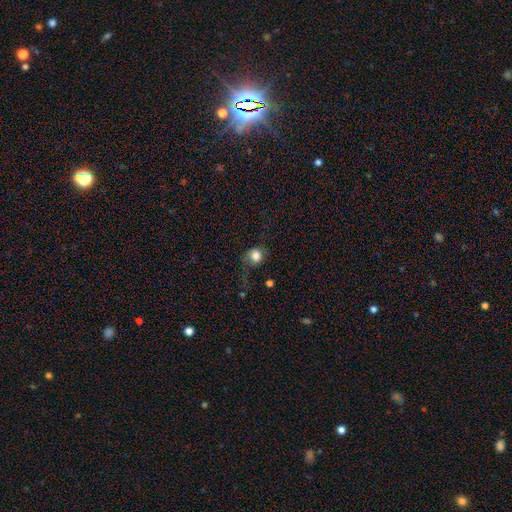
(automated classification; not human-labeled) A smooth galaxy with no disk features (78%) that is round (83%).

Vote fractions:
- Smooth or featured? smooth: 78% / featured or disk: 13% / star or artifact: 9%
- How rounded? round: 83% / in between: 16% / cigar-shaped: 1%
- Merging? none: 48% / major disturbance: 27% / minor disturbance: 22% / merger: 3%